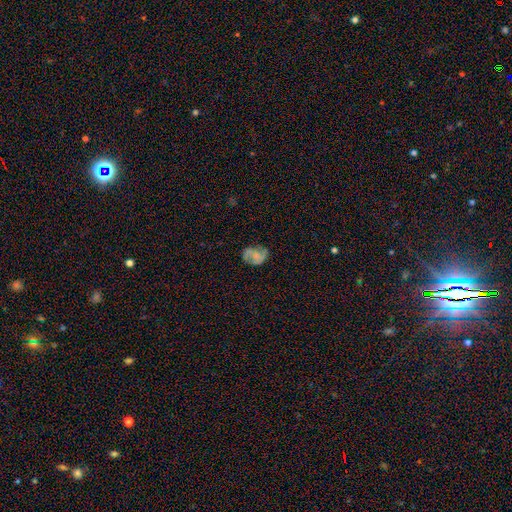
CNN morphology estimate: Smooth or featured: featured or disk — 53% (smooth — 38%)
Edge-on disk: no — 97% (yes — 3%)
Bar: no — 71% (weak — 24%)
Spiral arms: yes — 77% (no — 23%)
Bulge size: small — 42% (none — 26%)
Merging: none — 58% (minor disturbance — 26%)